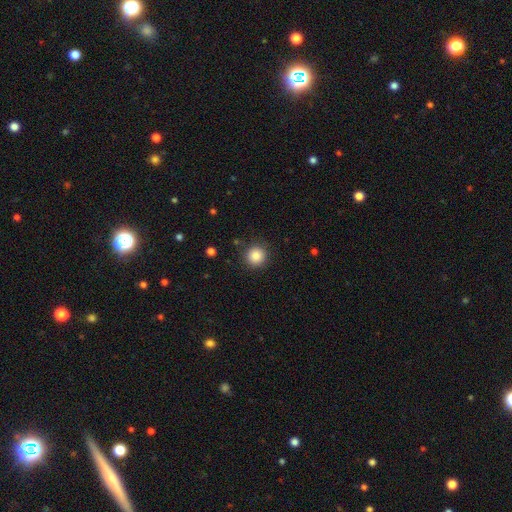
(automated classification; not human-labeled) A smooth galaxy with no disk features (85%) that is round (94%). Merging: none (89%).